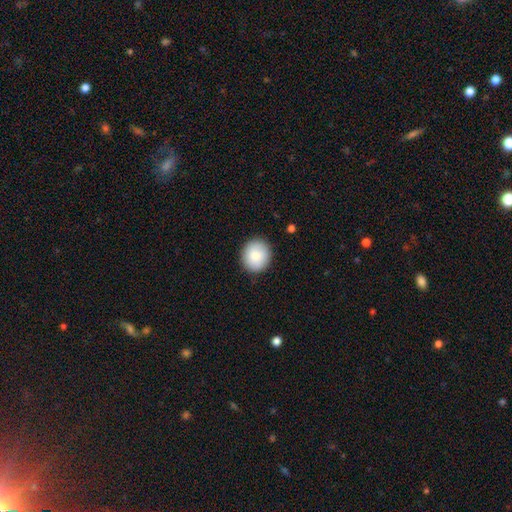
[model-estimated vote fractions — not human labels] smooth 84%, featured or disk 9%, star or artifact 7%. Down the decision tree: how rounded — round (80%); merging — none (90%).